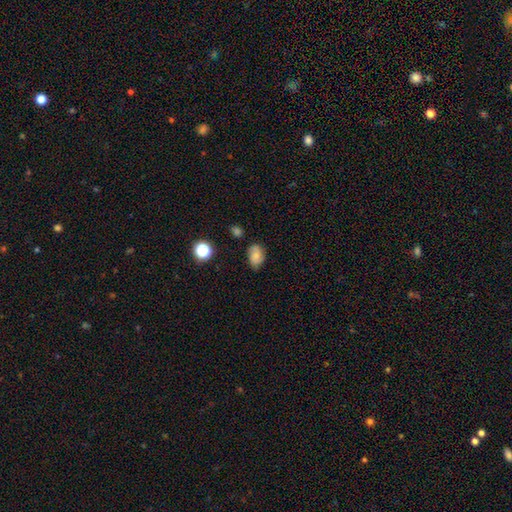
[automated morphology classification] smooth-or-featured: smooth: 52% | featured or disk: 37% | star or artifact: 12%
  how-rounded: in between: 76% | round: 23% | cigar-shaped: 1%
  merging: none: 69% | minor disturbance: 23% | major disturbance: 6% | merger: 3%